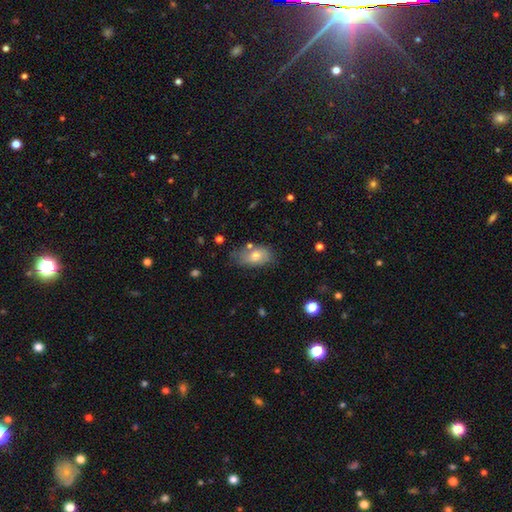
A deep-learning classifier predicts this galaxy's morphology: type=smooth (73%); roundness=in between (89%); merging=none (59%).